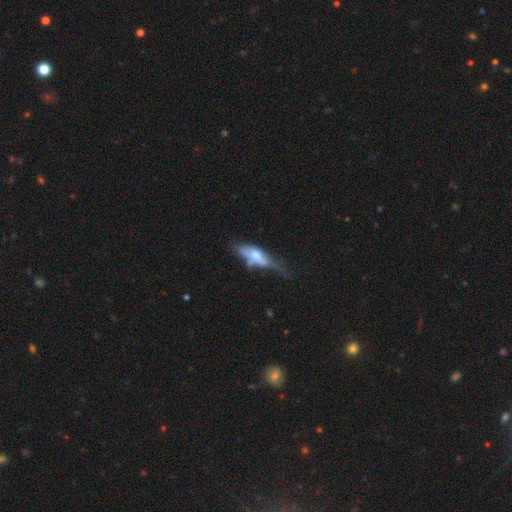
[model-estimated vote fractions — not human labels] The model was most divided on "smooth or featured": smooth: 47%, featured or disk: 46%, star or artifact: 8%. Remaining: merging — major disturbance (32%).